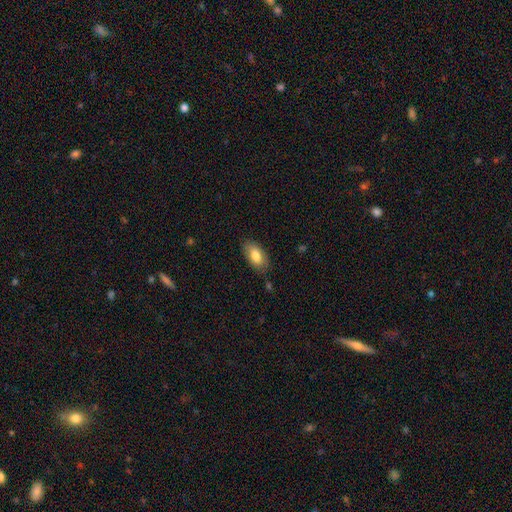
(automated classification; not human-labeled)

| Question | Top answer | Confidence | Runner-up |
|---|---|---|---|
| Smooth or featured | smooth | 81% | featured or disk (13%) |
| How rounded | in between | 93% | round (4%) |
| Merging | none | 81% | minor disturbance (14%) |